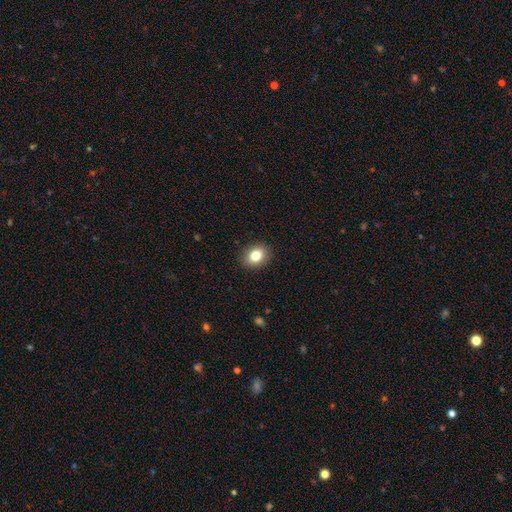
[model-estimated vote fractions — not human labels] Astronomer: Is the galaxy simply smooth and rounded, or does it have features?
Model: smooth — 82%.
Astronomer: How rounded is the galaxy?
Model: in between — 56% (runner-up: round, 43%).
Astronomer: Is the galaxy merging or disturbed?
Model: none — 89%.